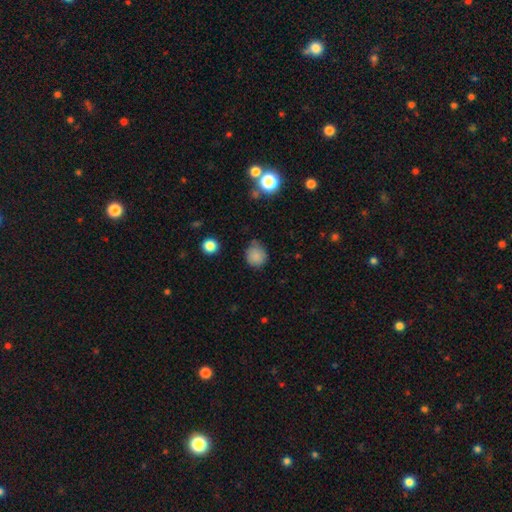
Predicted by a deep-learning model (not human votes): The model was most divided on "merging": none: 71%, minor disturbance: 23%, major disturbance: 4%, merger: 2%. More confident: how rounded — round (84%); smooth or featured — smooth (84%).